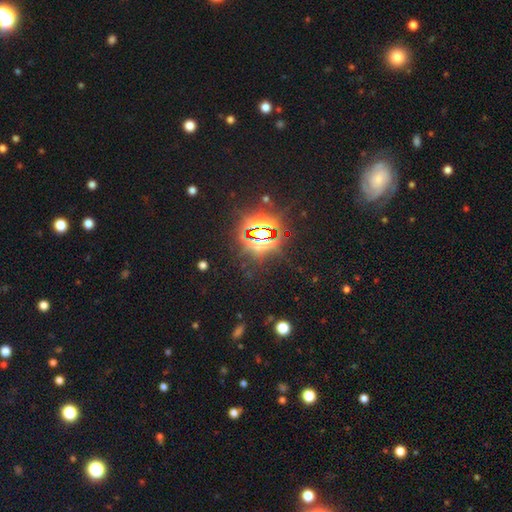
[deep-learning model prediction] This is clearly a star or artifact rather than a galaxy (82%).